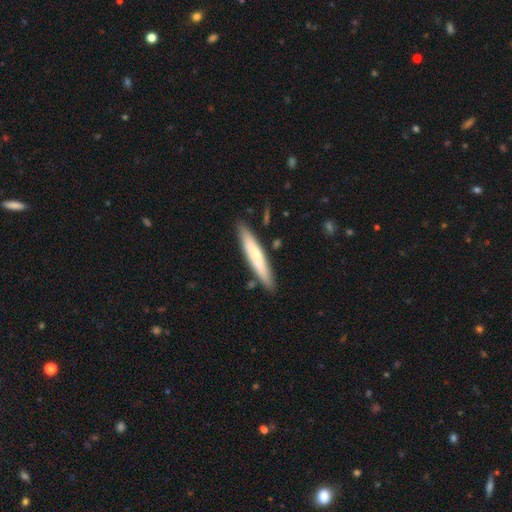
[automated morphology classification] Smooth or featured?
  - smooth: 55% *
  - featured or disk: 39%
  - star or artifact: 6%
How rounded?
  - cigar-shaped: 91% *
  - in between: 8%
  - round: 1%
Merging?
  - none: 84% *
  - minor disturbance: 11%
  - merger: 3%
  - major disturbance: 2%